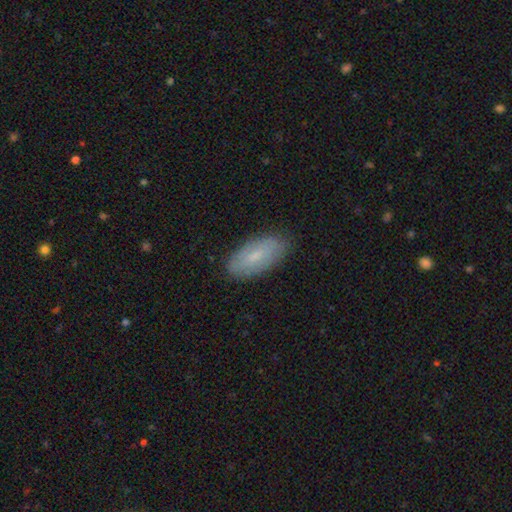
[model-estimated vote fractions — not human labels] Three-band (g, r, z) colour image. It shows a smooth galaxy with no disk features (66%) that is in between round and cigar-shaped (88%). Merging: none (84%).